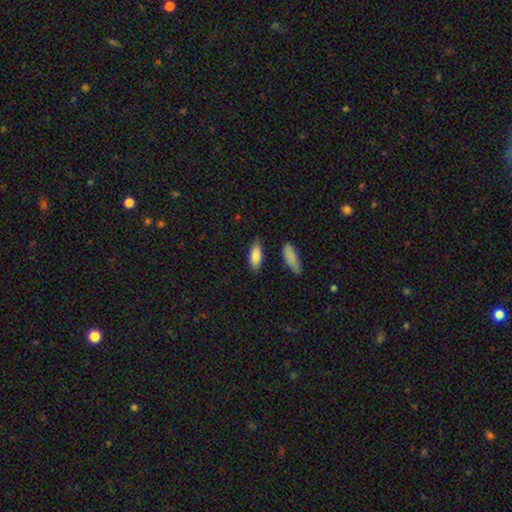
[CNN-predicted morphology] smooth_or_featured: smooth (p=0.85) [alt: featured or disk p=0.08]
how_rounded: in between (p=0.75) [alt: cigar-shaped p=0.22]
merging: none (p=0.82) [alt: minor disturbance p=0.12]